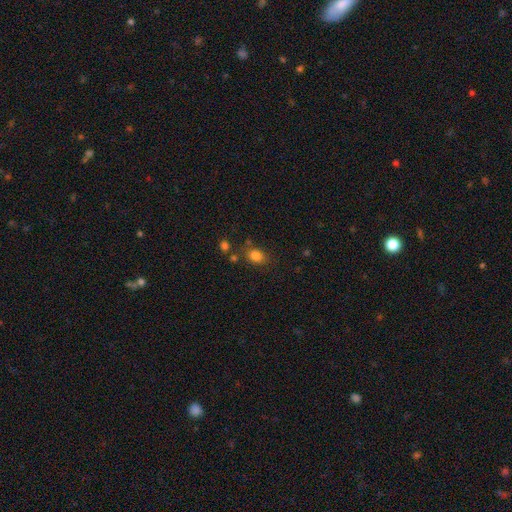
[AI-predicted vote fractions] The model was most divided on "how rounded": in between: 61%, round: 38%, cigar-shaped: 1%. More confident: smooth or featured — smooth (82%); merging — none (74%).